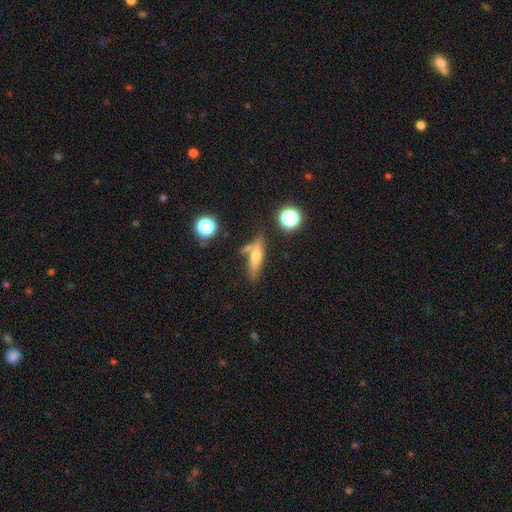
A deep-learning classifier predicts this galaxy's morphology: Smooth or featured? Predicted: smooth (p=0.57). How rounded? Predicted: cigar-shaped (p=0.63). Merging? Predicted: none (p=0.62).